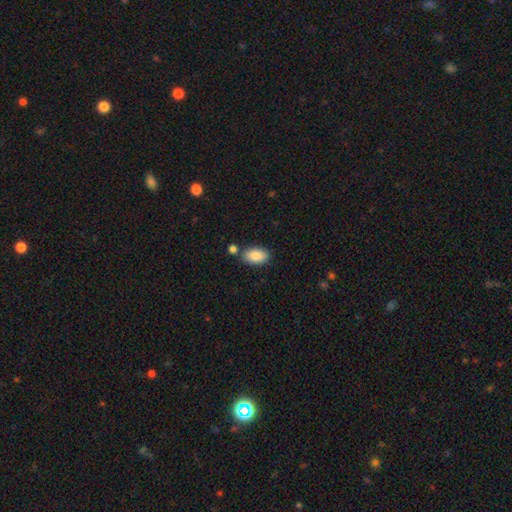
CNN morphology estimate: Overall: smooth (88%). How rounded: in between (94%). Merging: none (77%).